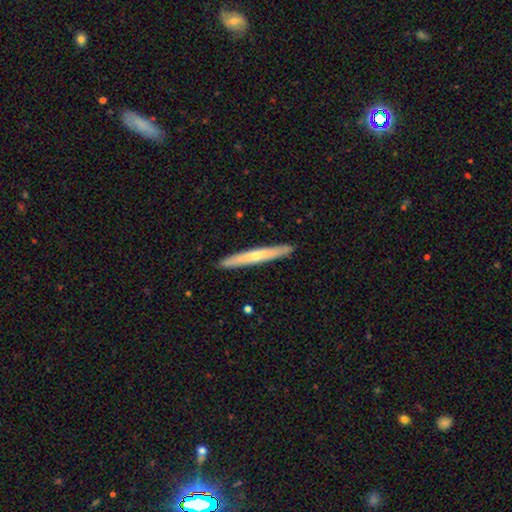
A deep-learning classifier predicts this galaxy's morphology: smooth_or_featured: featured or disk (p=0.50) [alt: smooth p=0.45]
merging: none (p=0.92) [alt: minor disturbance p=0.06]